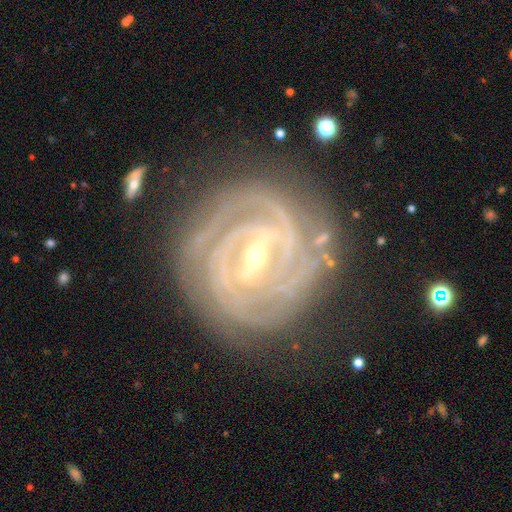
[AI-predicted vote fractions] A featured or disk galaxy (92%) with a strong bar (58%), 2 (27%) tight (85%) spiral arms (98%) and a small central bulge (53%). Merging: none (80%).